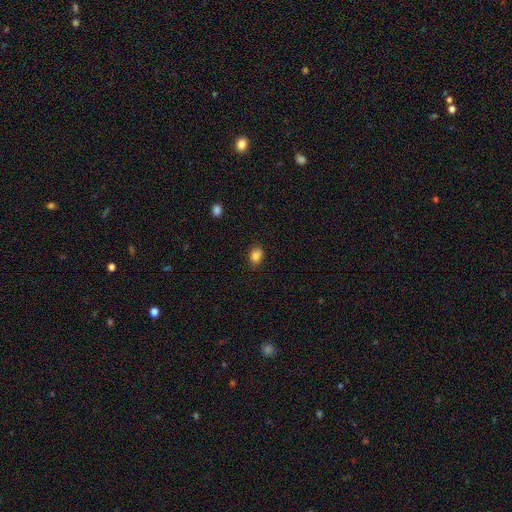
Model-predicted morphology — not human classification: smooth 85%, star or artifact 10%, featured or disk 5%. Down the decision tree: how rounded — in between (62%); merging — none (84%).